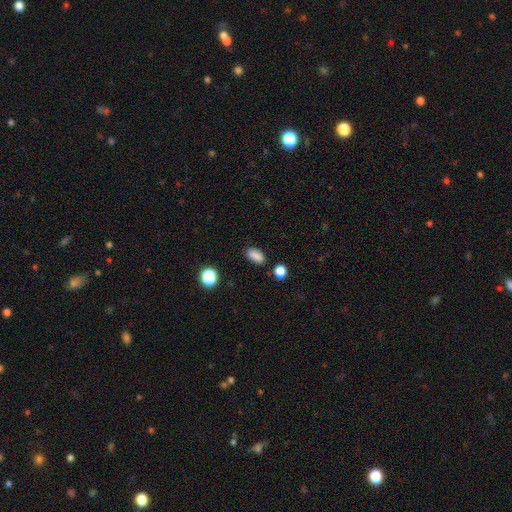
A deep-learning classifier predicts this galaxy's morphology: This is clearly a smooth galaxy (85%). How rounded: clearly in between (85%). Merging: clearly none (83%).